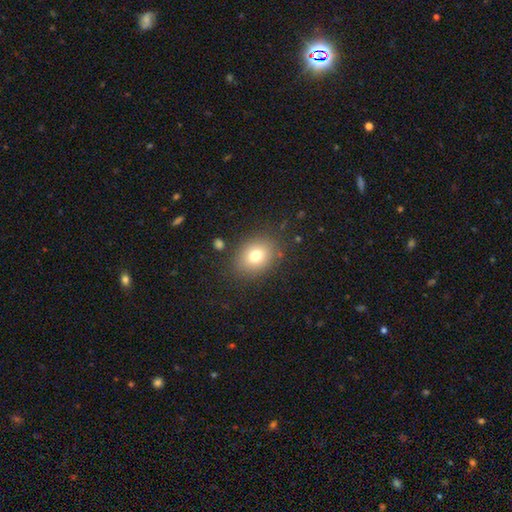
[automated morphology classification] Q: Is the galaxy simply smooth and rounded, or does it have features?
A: smooth — 77%.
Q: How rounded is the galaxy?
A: in between — 54%.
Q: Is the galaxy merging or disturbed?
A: none — 84%.